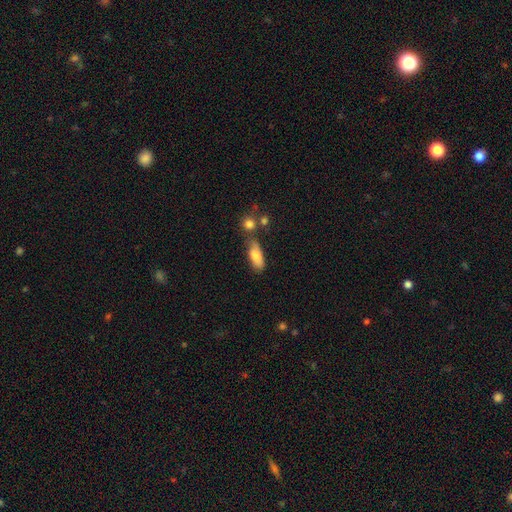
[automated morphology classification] smooth 79%, featured or disk 14%, star or artifact 7%. Down the decision tree: how rounded — in between (76%); merging — none (55%).